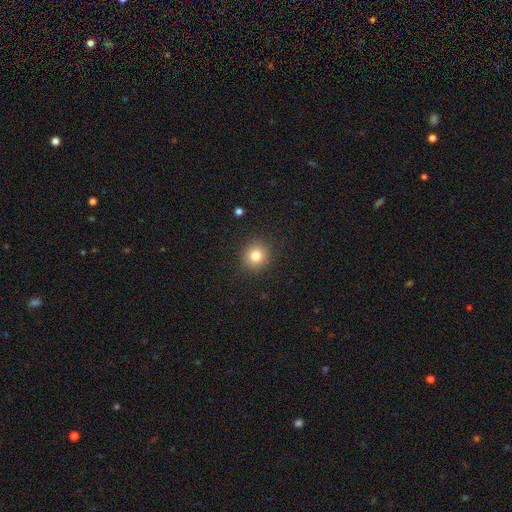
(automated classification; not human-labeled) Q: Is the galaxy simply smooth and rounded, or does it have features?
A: smooth — 81%.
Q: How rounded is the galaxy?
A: round — 89%.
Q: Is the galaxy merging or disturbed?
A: none — 90%.